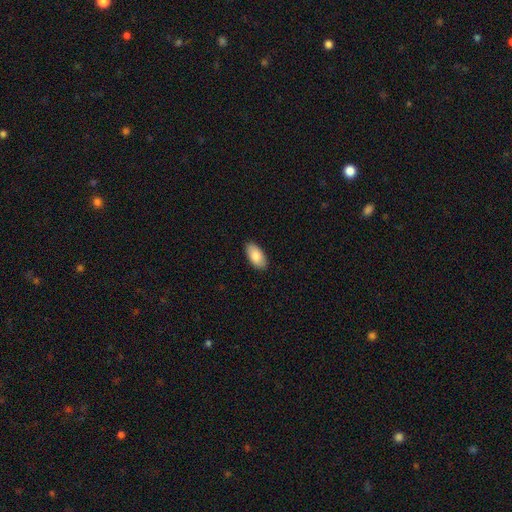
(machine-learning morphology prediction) Q: Smooth or featured?
A: smooth (84%); runner-up: featured or disk (10%)
Q: How rounded?
A: in between (94%); runner-up: cigar-shaped (3%)
Q: Merging?
A: none (89%); runner-up: minor disturbance (8%)